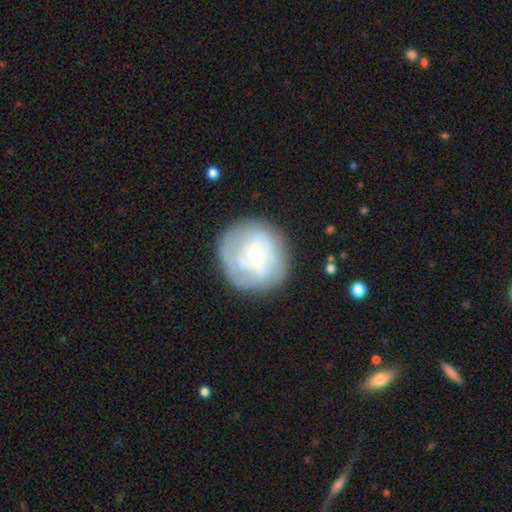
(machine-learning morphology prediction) Q: Smooth or featured?
A: featured or disk (64%); runner-up: smooth (29%)
Q: Edge-on disk?
A: no (97%); runner-up: yes (3%)
Q: Bar?
A: no (65%); runner-up: weak (28%)
Q: Spiral arms?
A: yes (68%); runner-up: no (32%)
Q: Bulge size?
A: small (58%); runner-up: moderate (38%)
Q: Merging?
A: none (75%); runner-up: minor disturbance (15%)